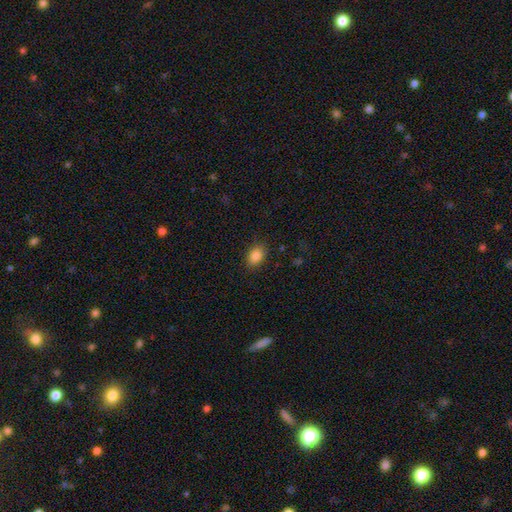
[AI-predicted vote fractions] Overall: smooth (85%). How rounded: in between (78%). Merging: none (85%).